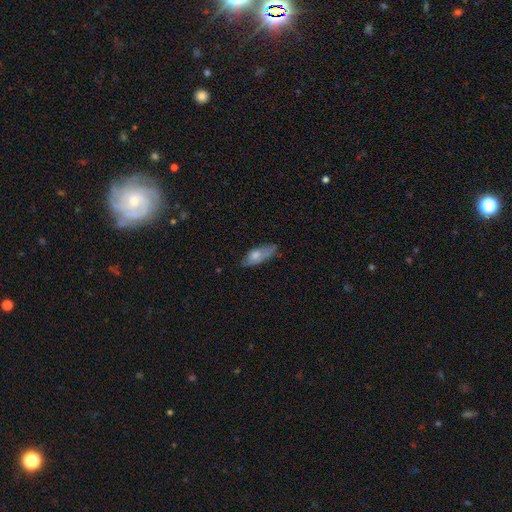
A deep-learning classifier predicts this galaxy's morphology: The model was most divided on "merging": none: 54%, minor disturbance: 33%, major disturbance: 10%, merger: 3%. More confident: how rounded — in between (75%); smooth or featured — smooth (69%).